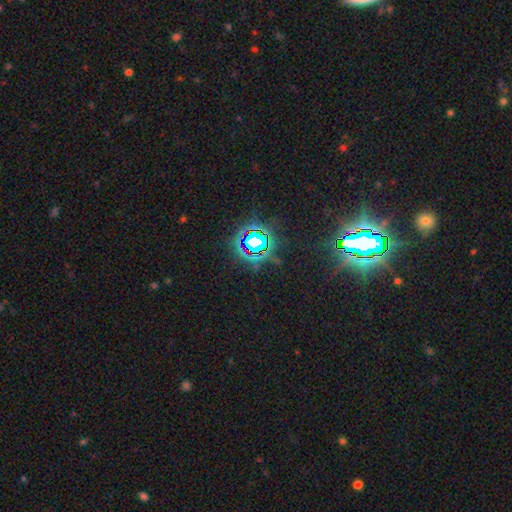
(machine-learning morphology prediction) smooth-or-featured: star or artifact: 83% | smooth: 11% | featured or disk: 6%